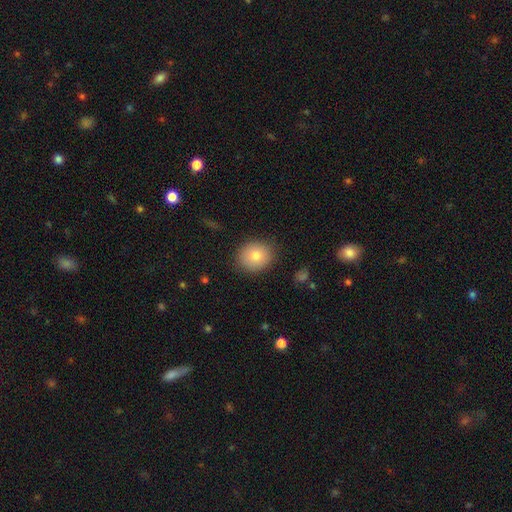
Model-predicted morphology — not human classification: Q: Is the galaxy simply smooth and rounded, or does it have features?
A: smooth — 81%.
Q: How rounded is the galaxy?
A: round — 78%.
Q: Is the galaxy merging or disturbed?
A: none — 87%.